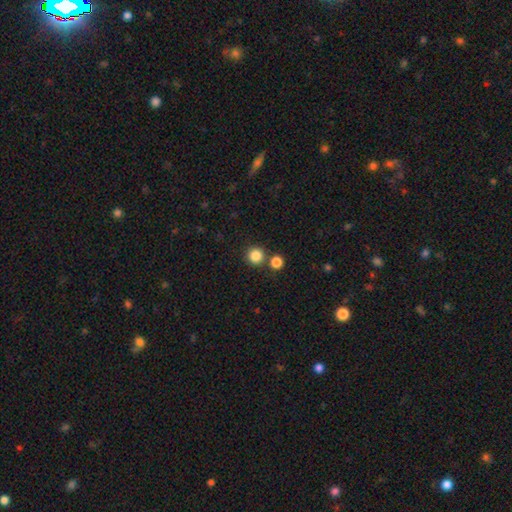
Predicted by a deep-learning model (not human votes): A smooth galaxy with no disk features (84%) that is round (95%).

Vote fractions:
- Smooth or featured? smooth: 84% / star or artifact: 12% / featured or disk: 4%
- How rounded? round: 95% / in between: 4% / cigar-shaped: 1%
- Merging? none: 80% / merger: 12% / minor disturbance: 6% / major disturbance: 2%